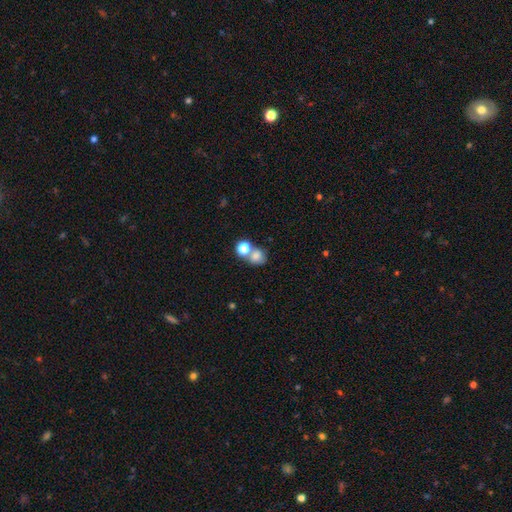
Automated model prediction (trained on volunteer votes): Overall: smooth (75%). How rounded: round (65%; in between 34%). Merging: merger (45%; none 40%).